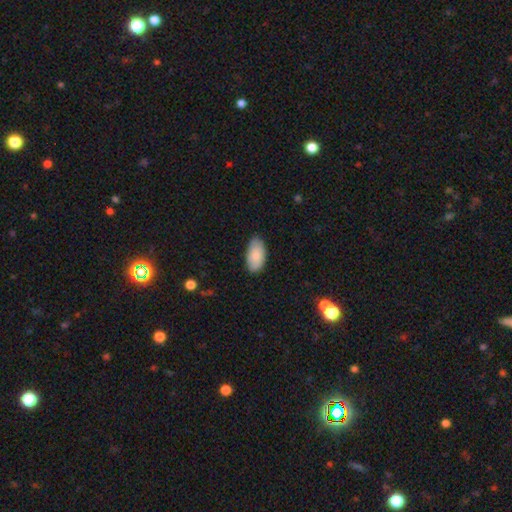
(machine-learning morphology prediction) This is clearly a smooth galaxy (87%). How rounded: clearly in between (95%). Merging: likely none (80%).